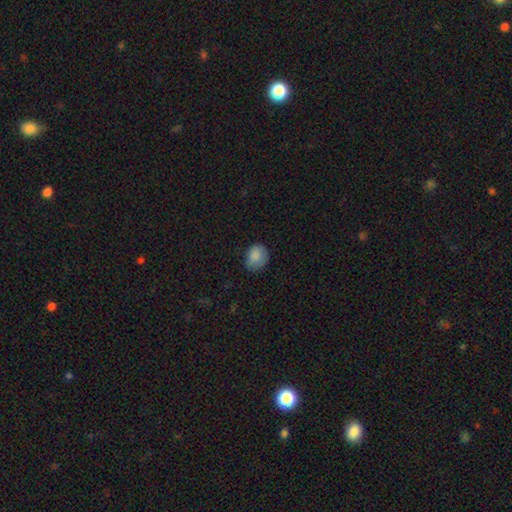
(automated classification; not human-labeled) smooth-or-featured: smooth: 85% | star or artifact: 8% | featured or disk: 7%
  how-rounded: round: 58% | in between: 41% | cigar-shaped: 1%
  merging: none: 62% | minor disturbance: 30% | major disturbance: 7% | merger: 1%